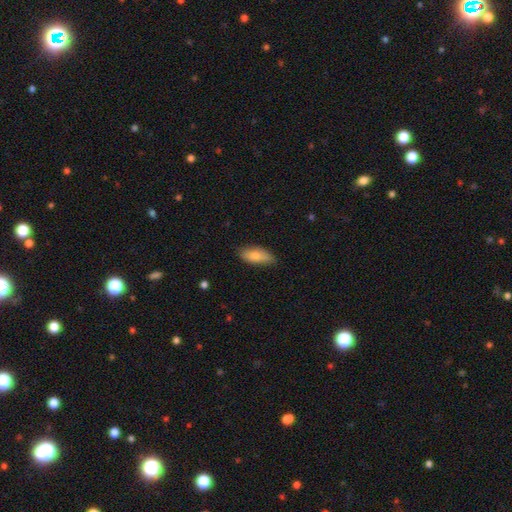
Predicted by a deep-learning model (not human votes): This appears to be a smooth galaxy with no disk features (81%) that is in between round and cigar-shaped (80%). Merging: none (80%).